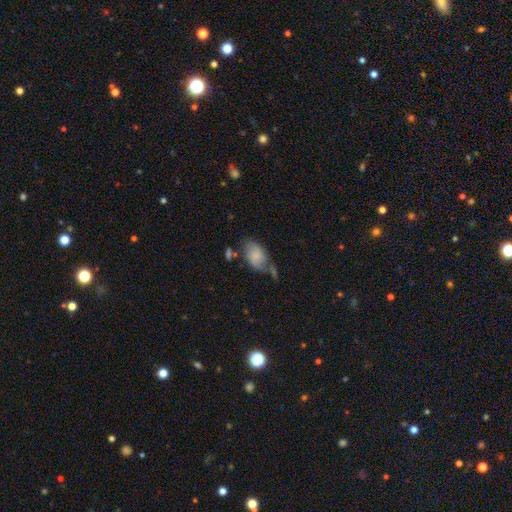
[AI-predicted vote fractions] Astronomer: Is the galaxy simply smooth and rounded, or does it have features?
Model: smooth — 73%.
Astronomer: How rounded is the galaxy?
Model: in between — 91%.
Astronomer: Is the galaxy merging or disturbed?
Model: none — 37% (runner-up: minor disturbance, 30%).